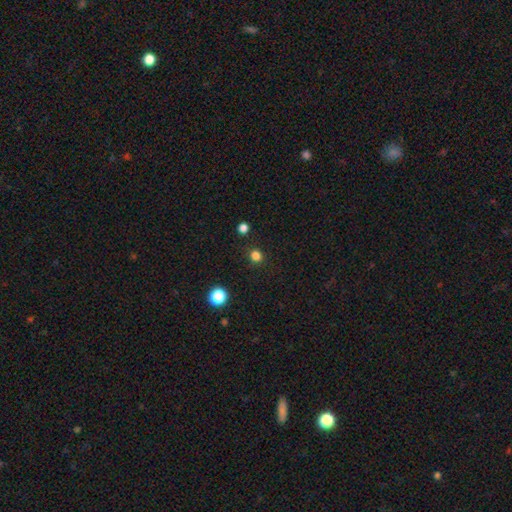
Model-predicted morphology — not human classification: Smooth or featured? smooth (81%)
How rounded? round (90%)
Merging? none (88%)